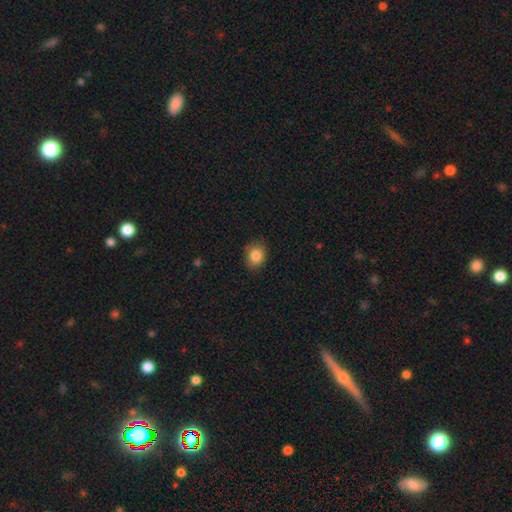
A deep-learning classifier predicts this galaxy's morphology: Smooth or featured: smooth — 85% (star or artifact — 9%)
How rounded: round — 55% (in between — 45%)
Merging: none — 83% (minor disturbance — 14%)